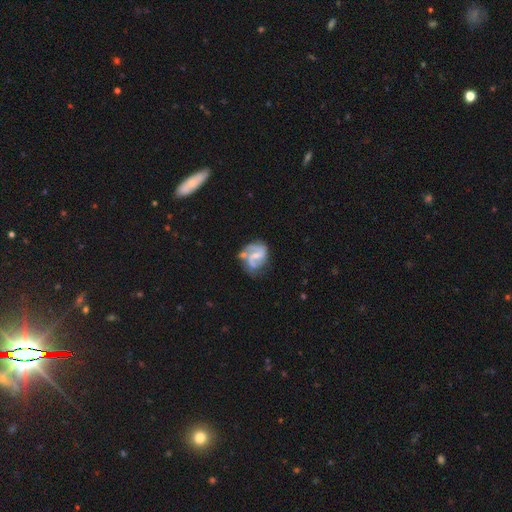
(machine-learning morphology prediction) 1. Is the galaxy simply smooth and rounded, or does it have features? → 81% featured or disk, 14% smooth, 6% star or artifact.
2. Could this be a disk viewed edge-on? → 98% no, 2% yes.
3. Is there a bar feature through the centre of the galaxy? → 52% weak, 28% no, 20% strong.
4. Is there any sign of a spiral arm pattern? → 93% yes, 7% no.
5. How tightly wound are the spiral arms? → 49% medium, 31% loose, 20% tight.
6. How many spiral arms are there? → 81% 2, 7% 1, 6% can't tell, 3% 3, 1% 4, 1% more than 4.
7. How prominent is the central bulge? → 51% small, 30% moderate, 16% none, 2% large, 1% dominant.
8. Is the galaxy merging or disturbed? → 51% none, 24% minor disturbance, 15% major disturbance, 10% merger.